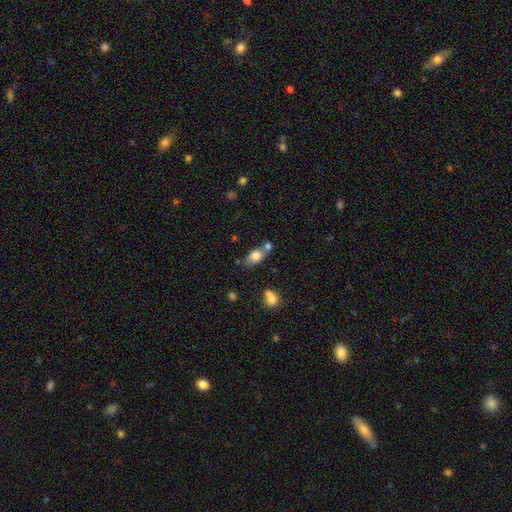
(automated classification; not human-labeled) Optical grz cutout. It shows a smooth galaxy with no disk features (76%) that is in between round and cigar-shaped (76%). Merging: none (47%).